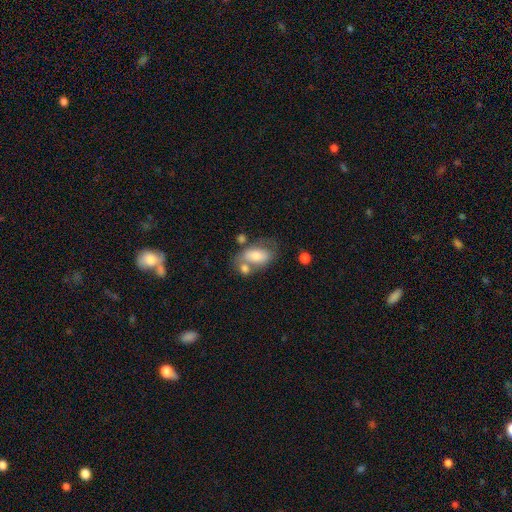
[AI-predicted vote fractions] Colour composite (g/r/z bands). It shows a smooth galaxy with no disk features (67%) that is in between round and cigar-shaped (90%). Merging: none (38%).